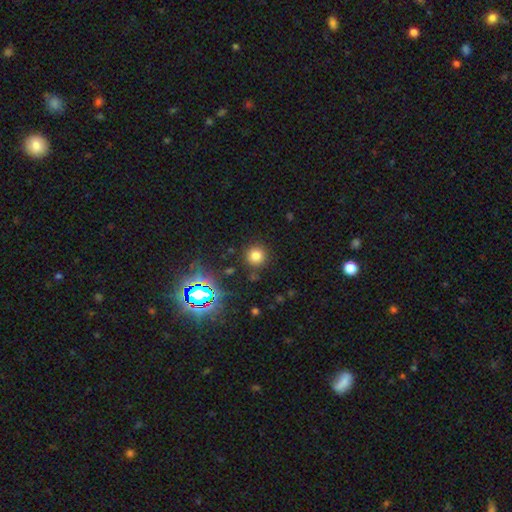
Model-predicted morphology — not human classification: smooth 73%, star or artifact 20%, featured or disk 6%. Down the decision tree: how rounded — round (93%); merging — none (87%).